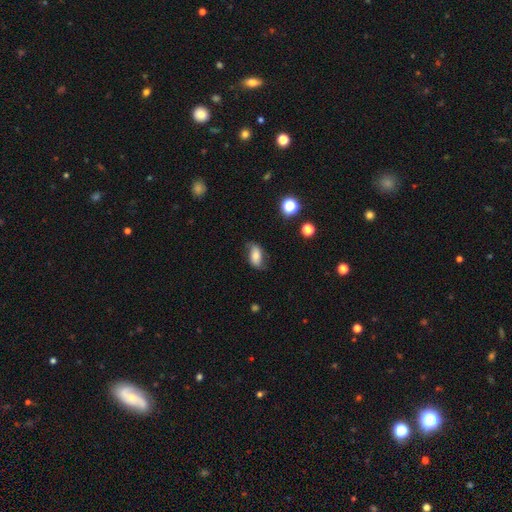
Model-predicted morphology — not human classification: This is likely a smooth galaxy (66%). How rounded: clearly in between (89%). Merging: likely none (67%).